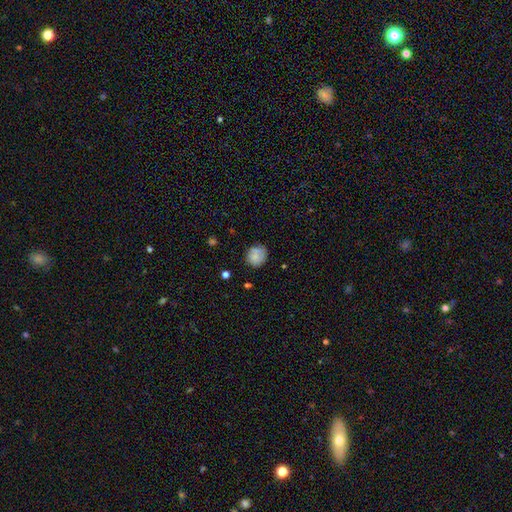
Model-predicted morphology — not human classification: Smooth or featured? Predicted: smooth (p=0.75). How rounded? Predicted: round (p=0.82). Merging? Predicted: none (p=0.71).